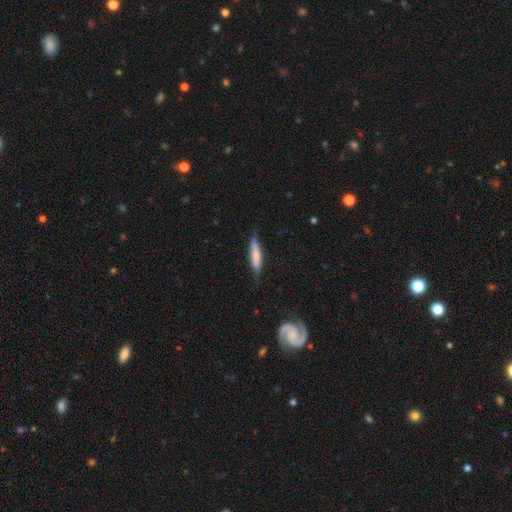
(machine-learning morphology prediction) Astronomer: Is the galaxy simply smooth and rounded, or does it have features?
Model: smooth — 68%.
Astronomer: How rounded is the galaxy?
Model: cigar-shaped — 86%.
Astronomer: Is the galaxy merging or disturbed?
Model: none — 79%.